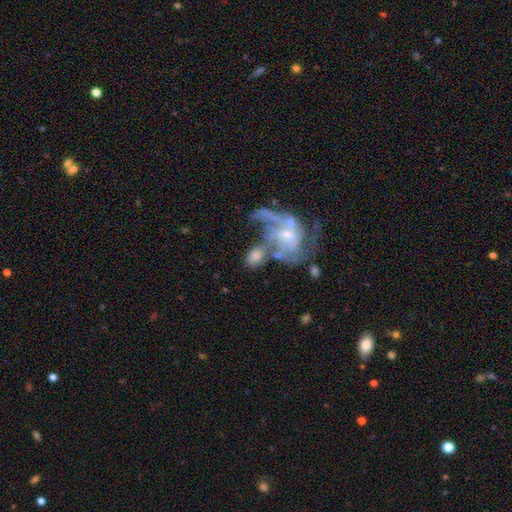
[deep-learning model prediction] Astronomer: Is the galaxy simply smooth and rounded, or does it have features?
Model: featured or disk — 47% (runner-up: smooth, 43%).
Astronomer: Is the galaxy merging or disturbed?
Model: merger — 43% (runner-up: none, 24%).